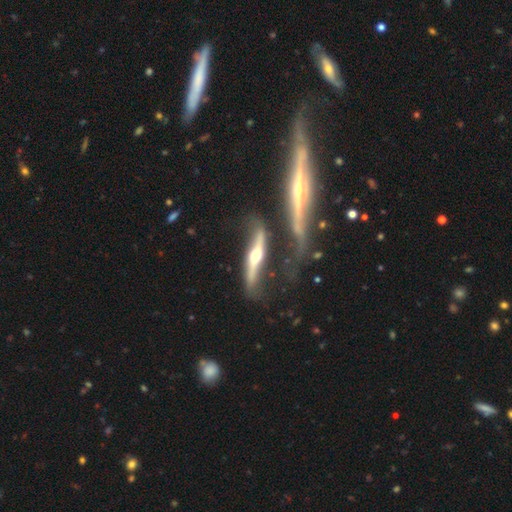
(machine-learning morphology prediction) type=featured or disk (79%); edge-on=yes (79%); edge-on bulge=rounded (93%); merging=none (46%).